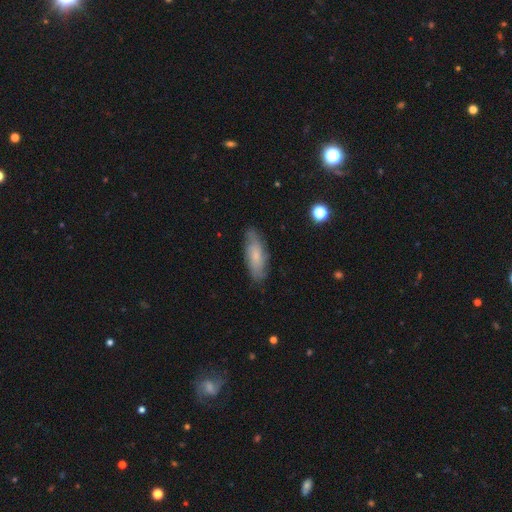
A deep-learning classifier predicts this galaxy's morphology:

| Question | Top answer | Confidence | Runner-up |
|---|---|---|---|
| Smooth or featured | smooth | 52% | featured or disk (41%) |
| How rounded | in between | 67% | cigar-shaped (31%) |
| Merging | none | 78% | minor disturbance (17%) |